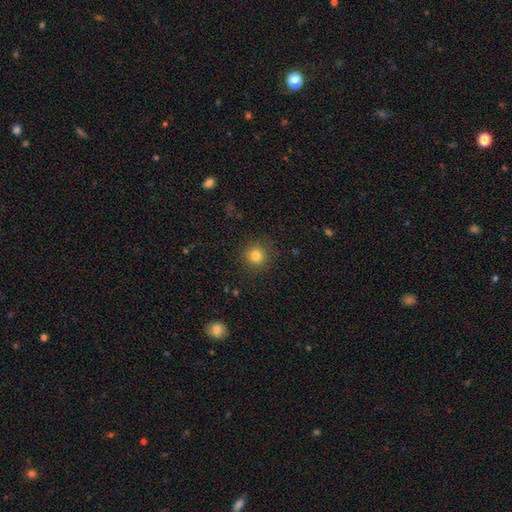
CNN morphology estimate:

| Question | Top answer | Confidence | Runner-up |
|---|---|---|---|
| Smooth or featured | smooth | 81% | star or artifact (13%) |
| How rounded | round | 92% | in between (7%) |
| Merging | none | 88% | minor disturbance (7%) |